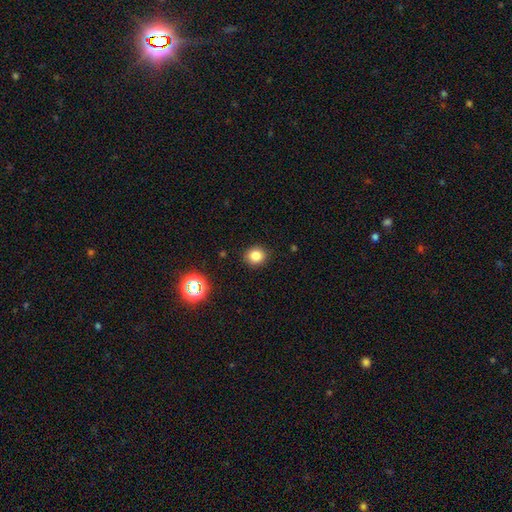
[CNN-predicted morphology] smooth-or-featured: smooth: 81% | star or artifact: 14% | featured or disk: 5%
  how-rounded: round: 80% | in between: 19% | cigar-shaped: 1%
  merging: none: 90% | minor disturbance: 7% | major disturbance: 2% | merger: 1%